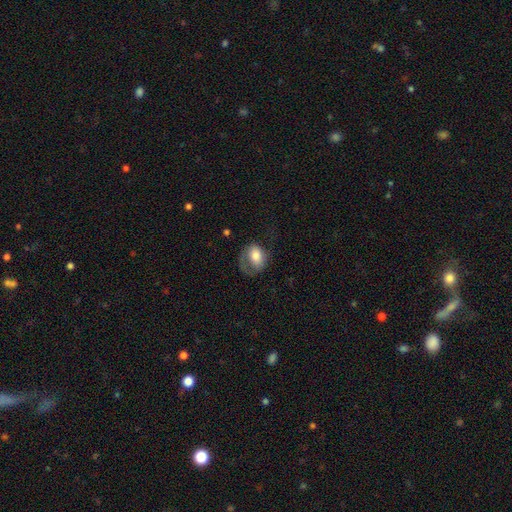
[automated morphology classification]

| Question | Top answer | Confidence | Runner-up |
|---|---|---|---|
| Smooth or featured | smooth | 62% | featured or disk (31%) |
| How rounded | in between | 64% | round (34%) |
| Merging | major disturbance | 39% | none (34%) |